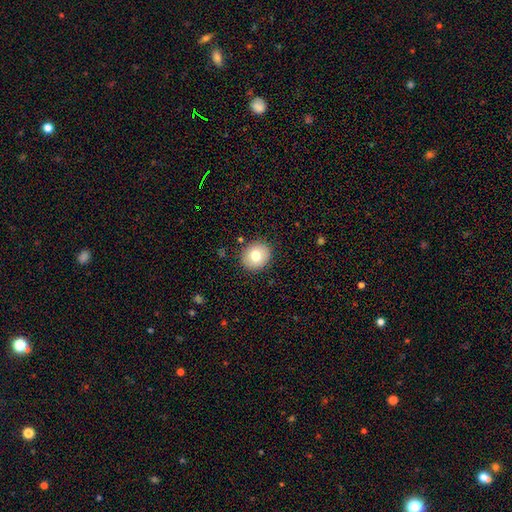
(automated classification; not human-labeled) smooth 75%, featured or disk 15%, star or artifact 10%. Down the decision tree: how rounded — round (83%); merging — none (89%).